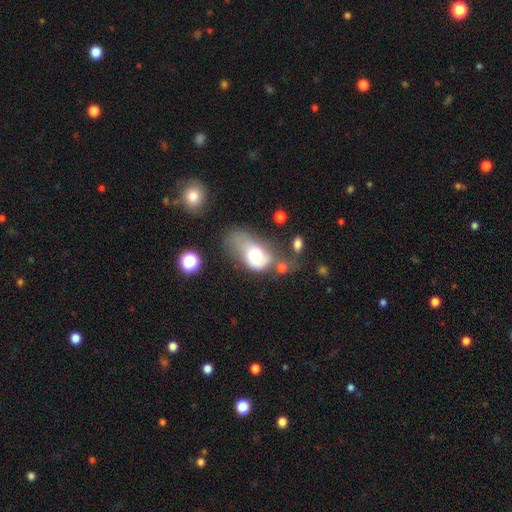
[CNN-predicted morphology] Smooth or featured?
  - smooth: 64% *
  - featured or disk: 26%
  - star or artifact: 10%
How rounded?
  - in between: 76% *
  - round: 22%
  - cigar-shaped: 2%
Merging?
  - major disturbance: 44% *
  - minor disturbance: 21%
  - merger: 19%
  - none: 15%